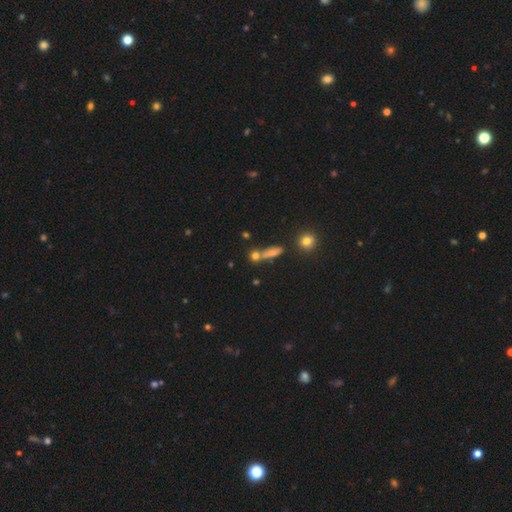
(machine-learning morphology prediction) Smooth or featured? Predicted: smooth (p=0.51). How rounded? Predicted: round (p=0.60). Merging? Predicted: none (p=0.58).